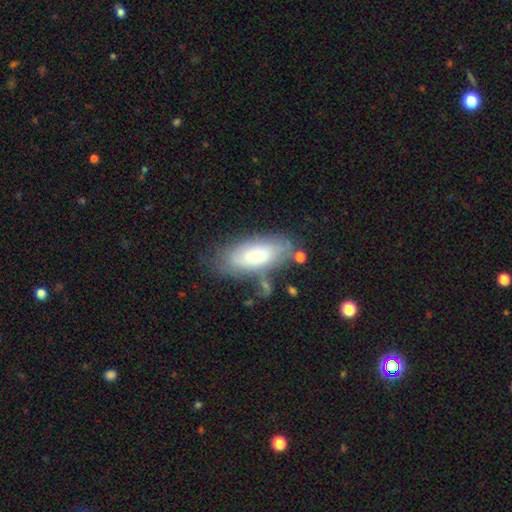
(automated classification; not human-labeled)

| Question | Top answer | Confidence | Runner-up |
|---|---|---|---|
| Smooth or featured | smooth | 65% | featured or disk (28%) |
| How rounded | in between | 83% | cigar-shaped (15%) |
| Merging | none | 60% | minor disturbance (23%) |